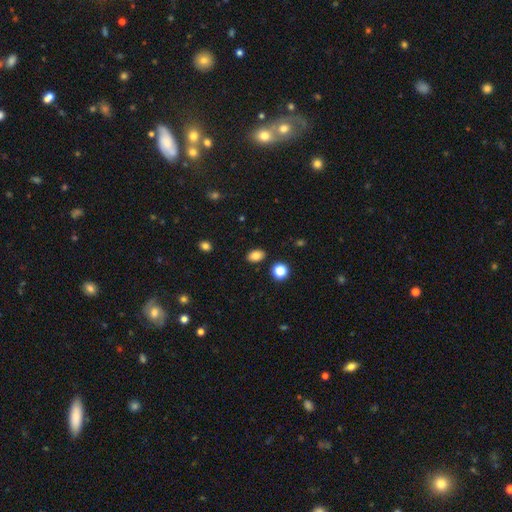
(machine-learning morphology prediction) Q: Smooth or featured?
A: smooth (83%); runner-up: star or artifact (11%)
Q: How rounded?
A: in between (79%); runner-up: round (19%)
Q: Merging?
A: none (87%); runner-up: minor disturbance (8%)